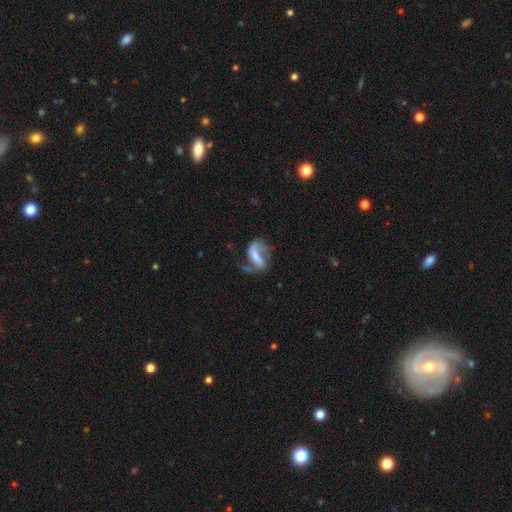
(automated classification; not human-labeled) A featured or disk galaxy (67%) with a strong bar (55%), spiral arms (79%) and a small central bulge (37%).

Vote fractions:
- Smooth or featured? featured or disk: 67% / smooth: 25% / star or artifact: 7%
- Edge-on disk? no: 93% / yes: 7%
- Bar? strong: 55% / weak: 29% / no: 17%
- Spiral arms? yes: 79% / no: 21%
- Bulge size? small: 37% / moderate: 27% / none: 26% / large: 7% / dominant: 2%
- Merging? none: 40% / major disturbance: 33% / minor disturbance: 22% / merger: 5%